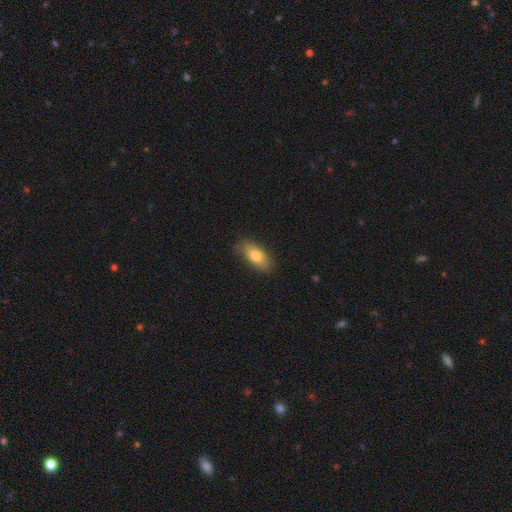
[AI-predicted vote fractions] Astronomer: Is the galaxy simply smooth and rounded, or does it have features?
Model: smooth — 79%.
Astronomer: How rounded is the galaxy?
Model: in between — 85%.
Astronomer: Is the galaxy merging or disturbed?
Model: none — 81%.